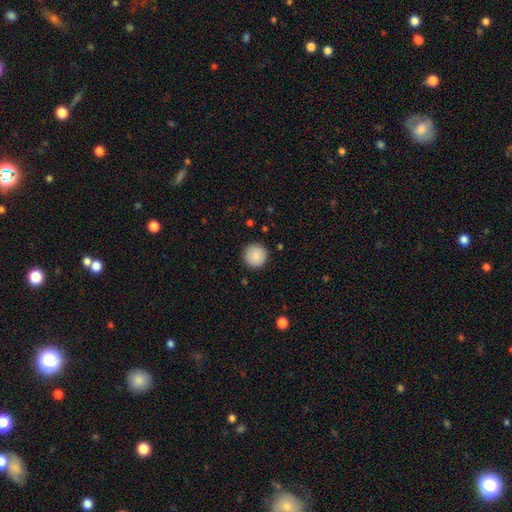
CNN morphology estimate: A smooth galaxy with no disk features (86%) that is round (96%). Merging: none (91%).